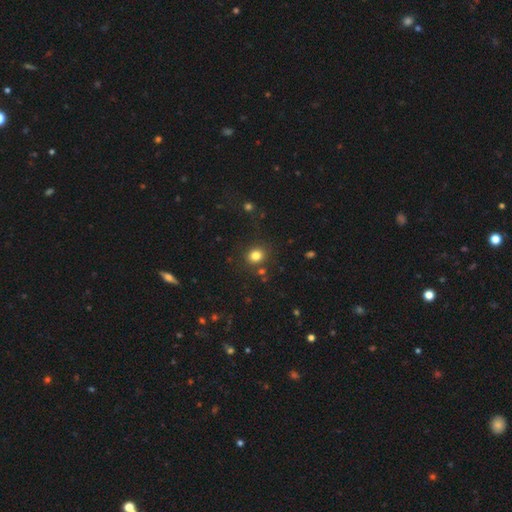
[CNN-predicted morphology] A smooth galaxy with no disk features (81%) that is round (80%). Merging: none (84%).